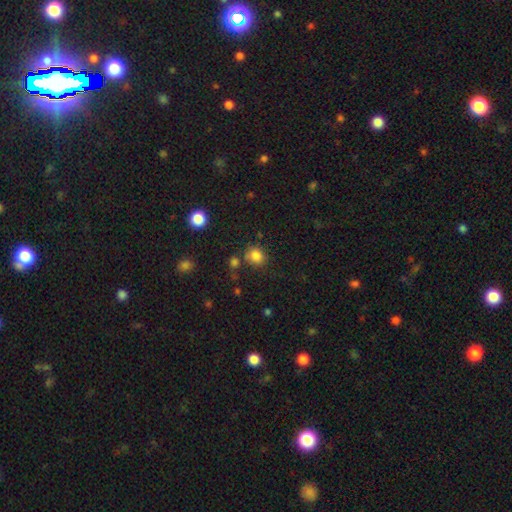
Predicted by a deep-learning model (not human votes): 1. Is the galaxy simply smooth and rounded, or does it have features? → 82% smooth, 12% star or artifact, 5% featured or disk.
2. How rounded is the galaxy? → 74% round, 25% in between, 1% cigar-shaped.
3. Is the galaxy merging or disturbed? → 73% none, 13% minor disturbance, 9% merger, 4% major disturbance.